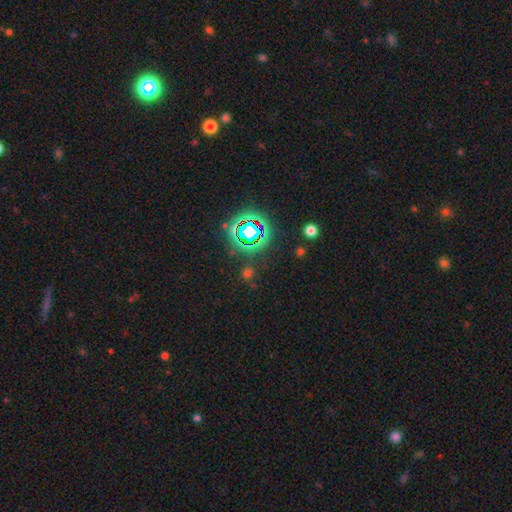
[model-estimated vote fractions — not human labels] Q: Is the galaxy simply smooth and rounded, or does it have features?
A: star or artifact — 75%.